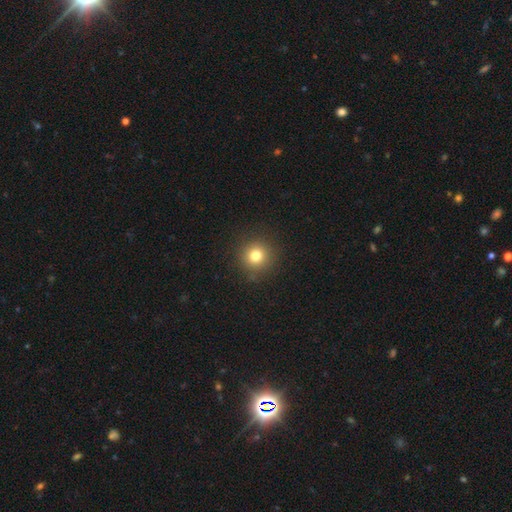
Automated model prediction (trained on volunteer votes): Overall: smooth (79%). How rounded: round (94%). Merging: none (90%).